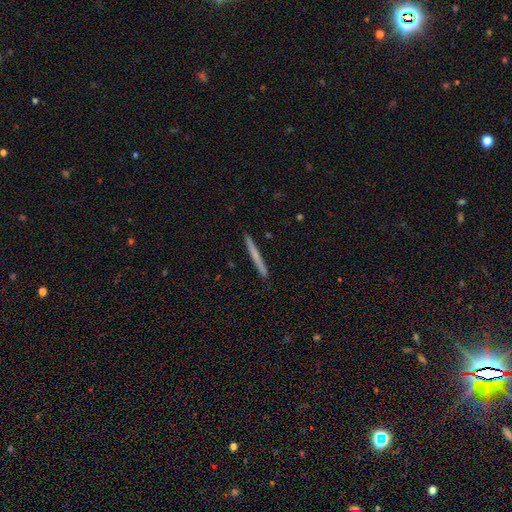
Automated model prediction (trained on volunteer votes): The model was most divided on "smooth or featured": smooth: 63%, featured or disk: 31%, star or artifact: 6%. More confident: how rounded — cigar-shaped (97%); merging — none (93%).